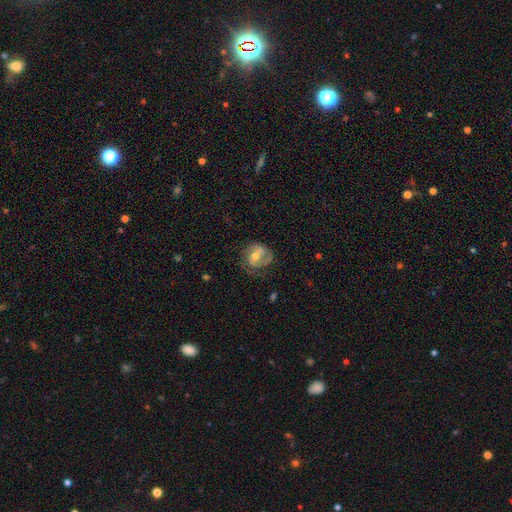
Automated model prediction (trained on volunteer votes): Smooth or featured: featured or disk — 74% (smooth — 20%)
Edge-on disk: no — 97% (yes — 3%)
Bar: weak — 45% (no — 33%)
Spiral arms: yes — 90% (no — 10%)
Spiral winding: medium — 44% (tight — 37%)
Spiral arm count: 2 — 64% (1 — 17%)
Bulge size: moderate — 60% (small — 33%)
Merging: none — 62% (minor disturbance — 21%)